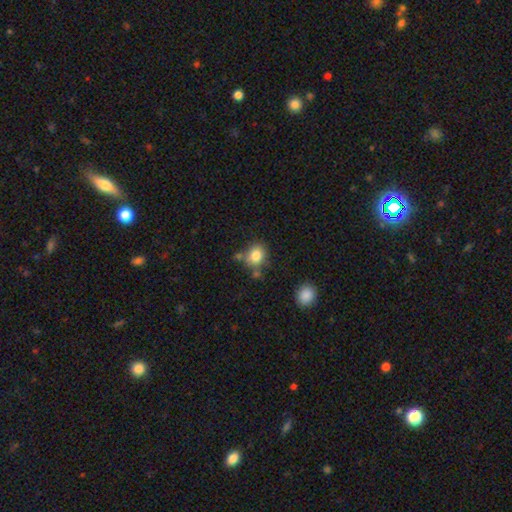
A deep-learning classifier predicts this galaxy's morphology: The model was most divided on "how rounded": round: 64%, in between: 35%, cigar-shaped: 1%. More confident: smooth or featured — smooth (82%); merging — none (66%).